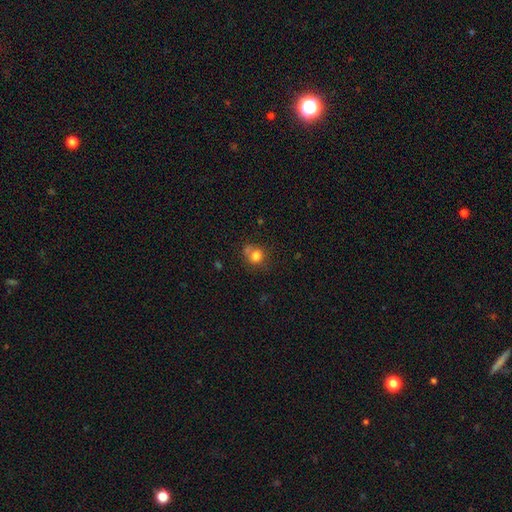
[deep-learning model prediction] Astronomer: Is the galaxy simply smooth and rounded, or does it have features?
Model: smooth — 79%.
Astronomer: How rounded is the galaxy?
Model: round — 75%.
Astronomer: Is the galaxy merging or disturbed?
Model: none — 52%.